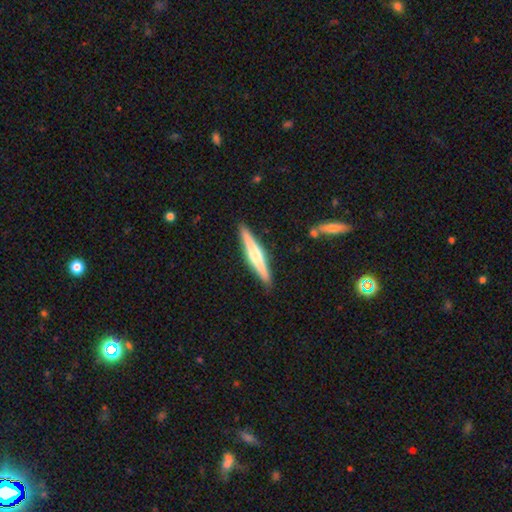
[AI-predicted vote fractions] Smooth or featured: featured or disk — 60% (smooth — 34%)
Edge-on disk: yes — 97% (no — 3%)
Edge-on bulge: rounded — 80% (none — 11%)
Merging: none — 90% (minor disturbance — 7%)